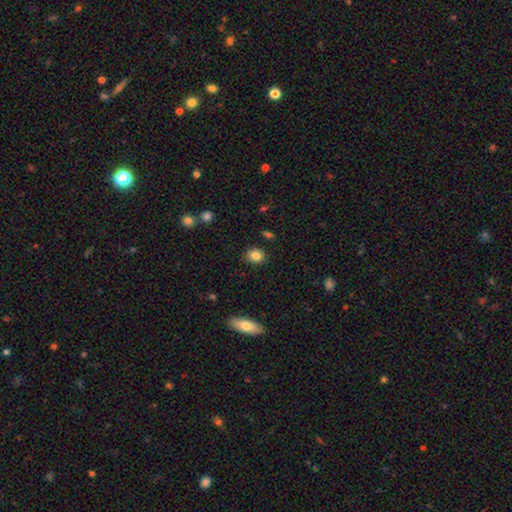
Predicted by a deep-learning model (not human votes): A smooth galaxy with no disk features (84%) that is round (55%). Merging: none (86%).